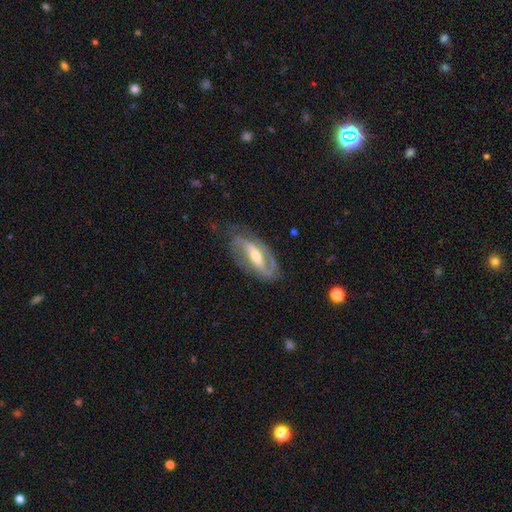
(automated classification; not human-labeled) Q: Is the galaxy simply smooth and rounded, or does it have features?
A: featured or disk — 87%.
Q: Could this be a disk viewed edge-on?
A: no — 93%.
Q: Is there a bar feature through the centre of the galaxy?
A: strong — 49%.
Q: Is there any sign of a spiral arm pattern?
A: yes — 94%.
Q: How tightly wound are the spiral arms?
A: medium — 46%.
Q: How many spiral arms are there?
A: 2 — 85%.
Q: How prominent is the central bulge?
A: moderate — 59%.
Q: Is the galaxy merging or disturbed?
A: none — 72%.